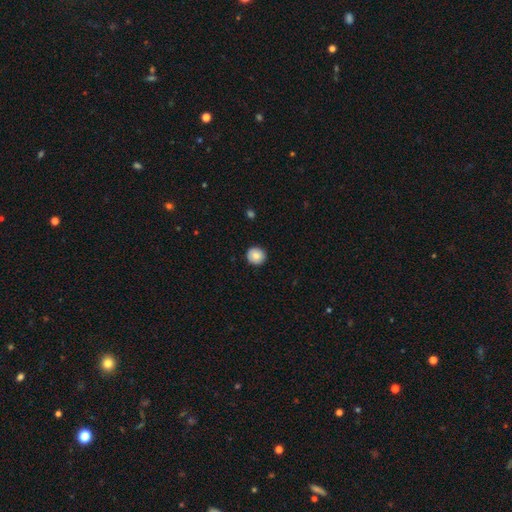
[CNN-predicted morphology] This appears to be a smooth galaxy with no disk features (81%) that is round (93%). Merging: none (90%).